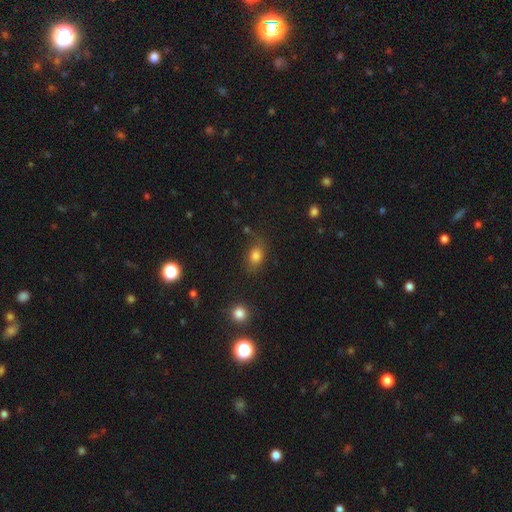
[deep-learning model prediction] Q: Smooth or featured?
A: smooth (80%); runner-up: star or artifact (13%)
Q: How rounded?
A: in between (67%); runner-up: round (31%)
Q: Merging?
A: none (72%); runner-up: minor disturbance (19%)